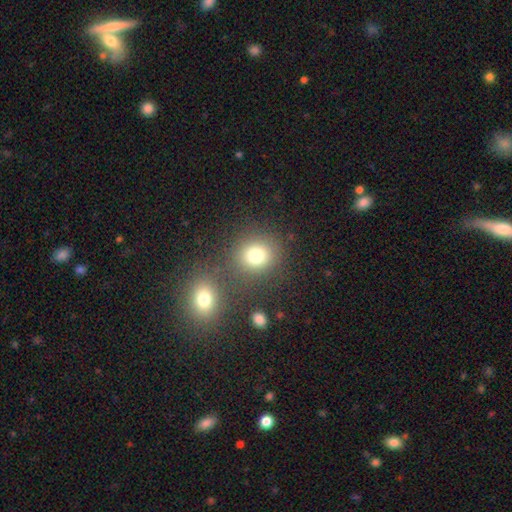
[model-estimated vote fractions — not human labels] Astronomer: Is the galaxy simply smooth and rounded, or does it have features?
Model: smooth — 78%.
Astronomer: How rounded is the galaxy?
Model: round — 77%.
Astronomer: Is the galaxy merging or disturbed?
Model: none — 72%.